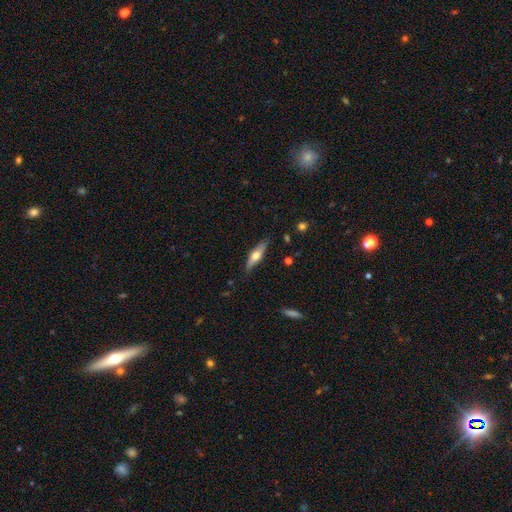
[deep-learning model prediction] Smooth or featured?
  - smooth: 47% * (tied)
  - featured or disk: 47% * (tied)
  - star or artifact: 6%
Merging?
  - none: 80% *
  - minor disturbance: 16%
  - major disturbance: 3%
  - merger: 1%